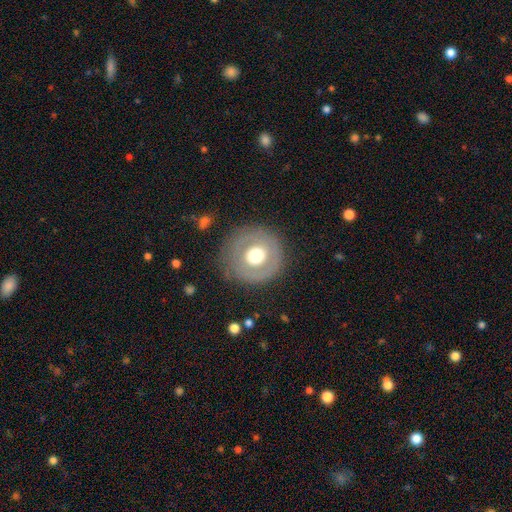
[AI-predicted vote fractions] smooth 50%, featured or disk 42%, star or artifact 8%. Down the decision tree: how rounded — round (93%); merging — none (79%).